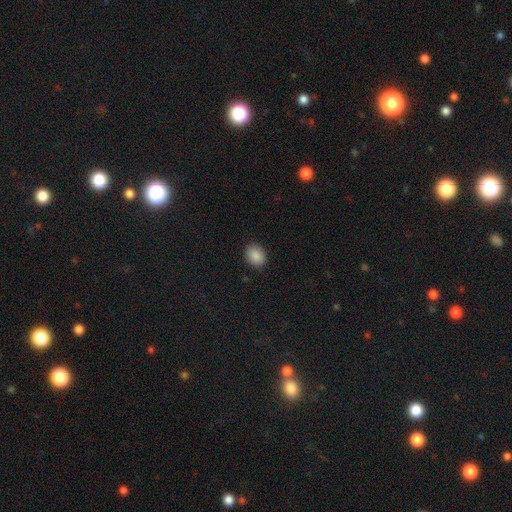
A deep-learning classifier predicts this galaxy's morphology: type=smooth (89%); roundness=in between (57%); merging=none (88%).